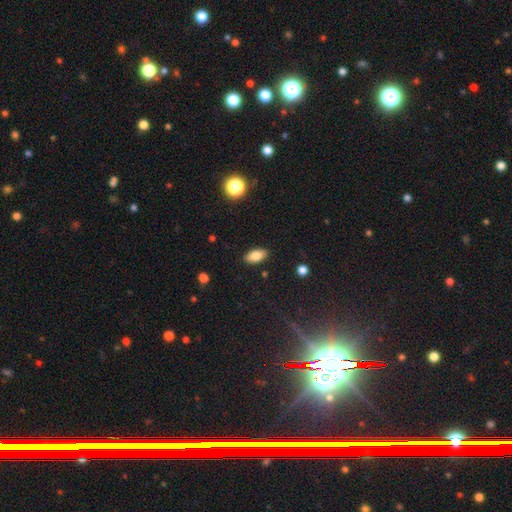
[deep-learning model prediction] The model was most divided on "smooth or featured": smooth: 82%, featured or disk: 10%, star or artifact: 8%. More confident: how rounded — in between (91%); merging — none (88%).